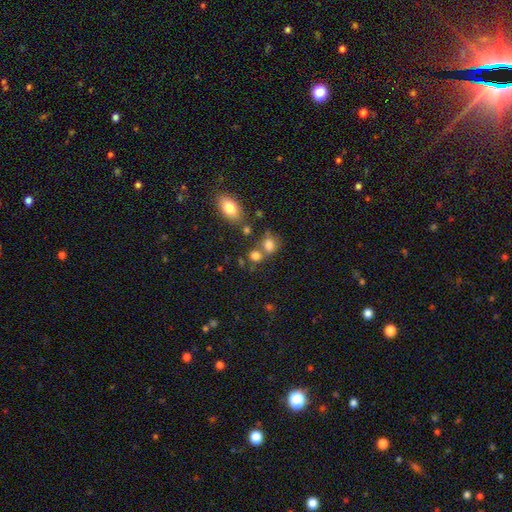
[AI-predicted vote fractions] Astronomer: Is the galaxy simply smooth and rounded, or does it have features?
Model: smooth — 78%.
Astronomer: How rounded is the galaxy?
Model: round — 60% (runner-up: in between, 38%).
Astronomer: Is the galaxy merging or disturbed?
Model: none — 50% (runner-up: merger, 34%).